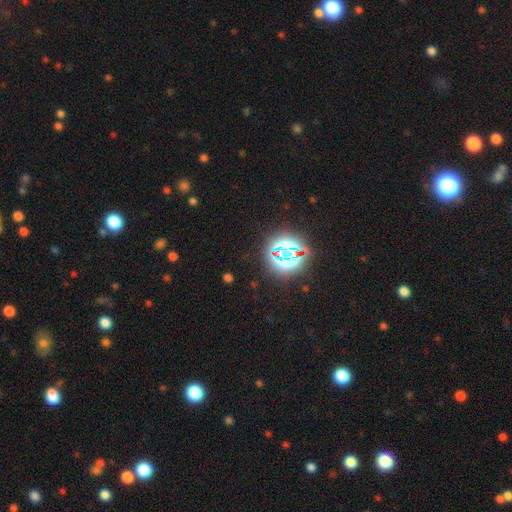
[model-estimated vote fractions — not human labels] Smooth or featured? star or artifact (80%)